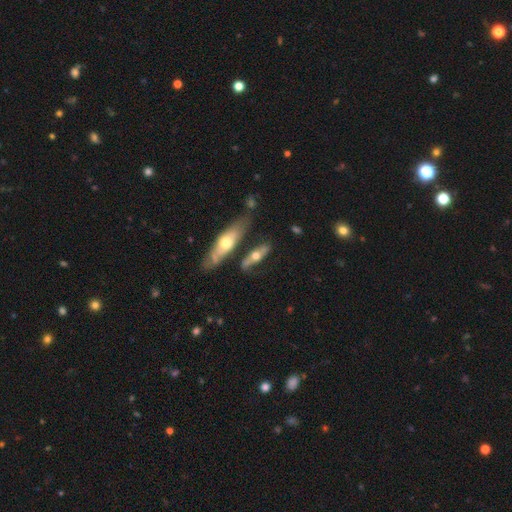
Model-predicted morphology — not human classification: Smooth or featured? Predicted: featured or disk (p=0.51). Edge-on disk? Predicted: yes (p=0.64). Merging? Predicted: none (p=0.57).